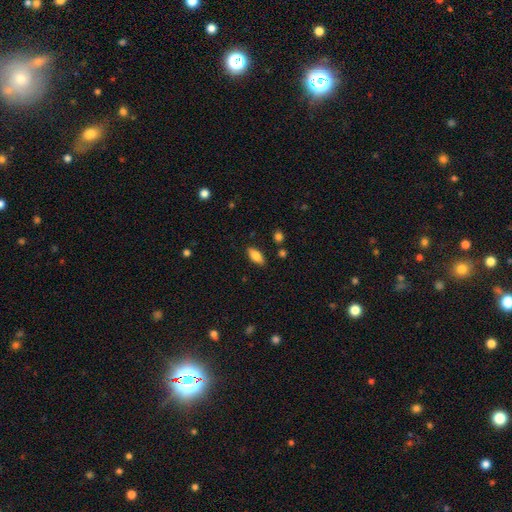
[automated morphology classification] Smooth or featured? Predicted: smooth (p=0.79). How rounded? Predicted: in between (p=0.86). Merging? Predicted: none (p=0.86).